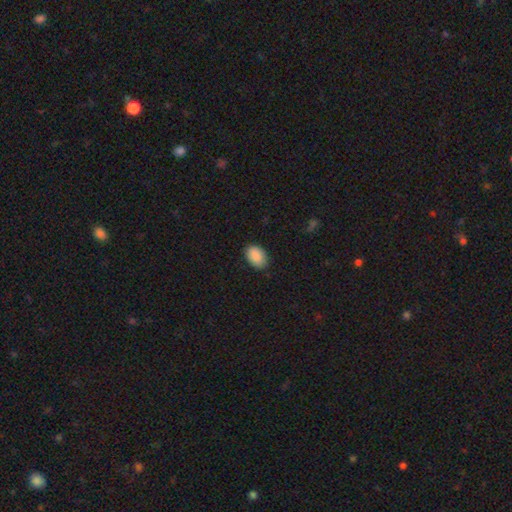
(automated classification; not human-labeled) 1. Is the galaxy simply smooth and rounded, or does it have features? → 89% smooth, 7% star or artifact, 4% featured or disk.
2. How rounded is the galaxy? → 87% in between, 12% round, 1% cigar-shaped.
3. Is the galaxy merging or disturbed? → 83% none, 14% minor disturbance, 2% major disturbance, 1% merger.